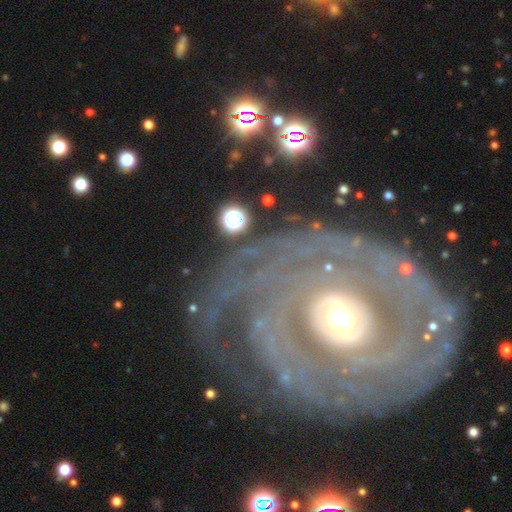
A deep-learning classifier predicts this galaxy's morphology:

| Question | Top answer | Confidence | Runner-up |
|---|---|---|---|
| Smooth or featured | featured or disk | 88% | smooth (7%) |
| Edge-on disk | no | 97% | yes (3%) |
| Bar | no | 77% | weak (15%) |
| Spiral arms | yes | 90% | no (10%) |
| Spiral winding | tight | 78% | medium (16%) |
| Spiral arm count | can't tell | 30% | 2 (22%) |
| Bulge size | moderate | 62% | small (23%) |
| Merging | none | 76% | minor disturbance (14%) |